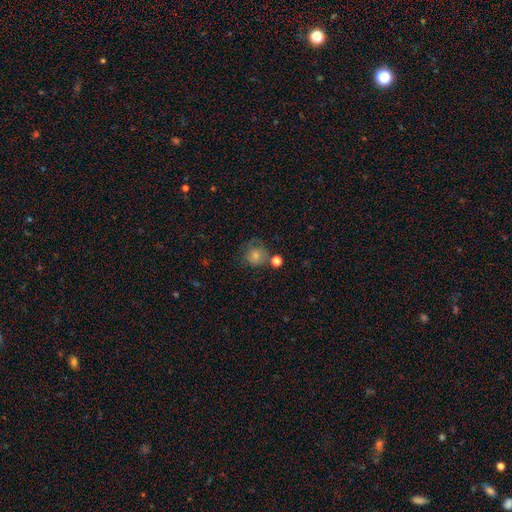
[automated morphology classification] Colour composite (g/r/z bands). It shows a smooth galaxy with no disk features (68%) that is round (81%). Merging: none (51%).